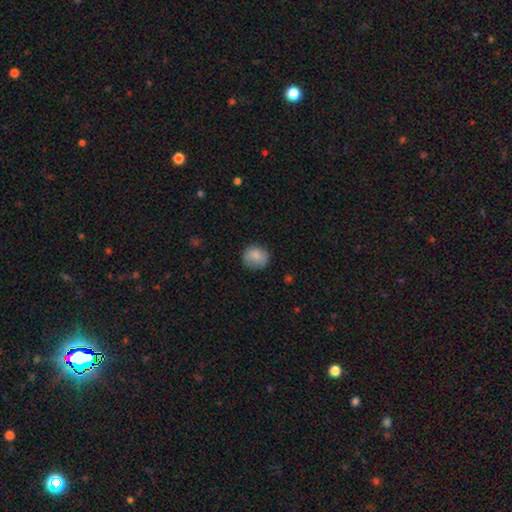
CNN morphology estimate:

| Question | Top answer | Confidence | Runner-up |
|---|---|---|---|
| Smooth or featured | smooth | 82% | featured or disk (10%) |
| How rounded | round | 84% | in between (15%) |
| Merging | none | 82% | minor disturbance (14%) |